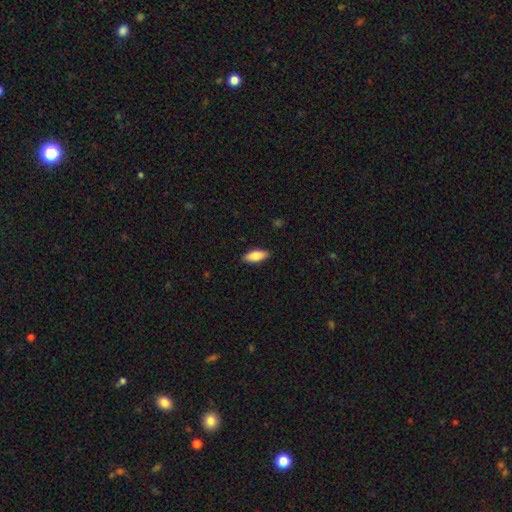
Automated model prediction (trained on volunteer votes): This appears to be a smooth galaxy with no disk features (84%) that is in between round and cigar-shaped (80%). Merging: none (88%).